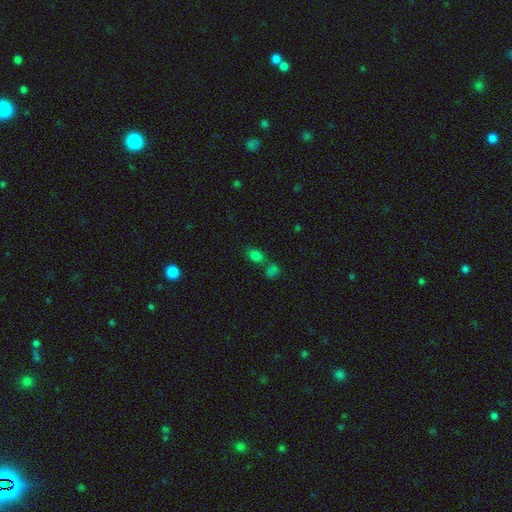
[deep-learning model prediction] Smooth or featured? Predicted: smooth (p=0.77). How rounded? Predicted: in between (p=0.75). Merging? Predicted: none (p=0.52).